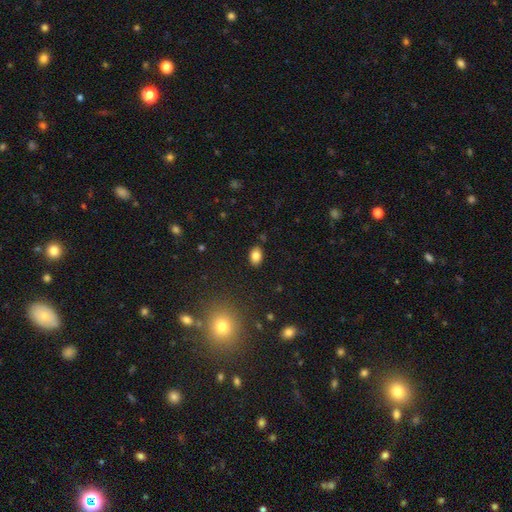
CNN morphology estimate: smooth-or-featured: smooth: 83% | star or artifact: 10% | featured or disk: 7%
  how-rounded: in between: 81% | round: 18% | cigar-shaped: 1%
  merging: none: 87% | minor disturbance: 9% | major disturbance: 2% | merger: 1%